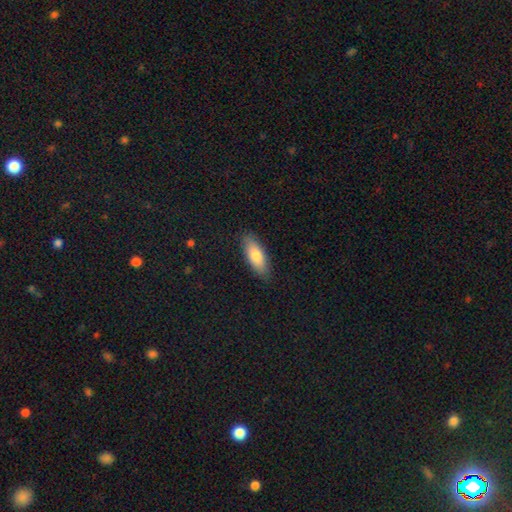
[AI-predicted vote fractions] Morphology: type=smooth (79%); roundness=in between (73%); merging=none (87%).